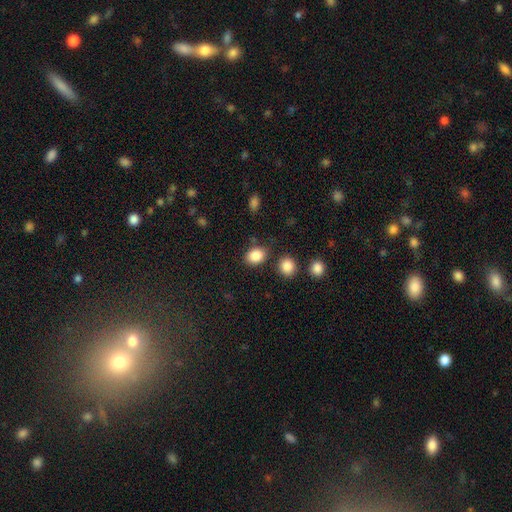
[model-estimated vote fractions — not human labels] Smooth or featured? Predicted: smooth (p=0.87). How rounded? Predicted: in between (p=0.61). Merging? Predicted: none (p=0.78).